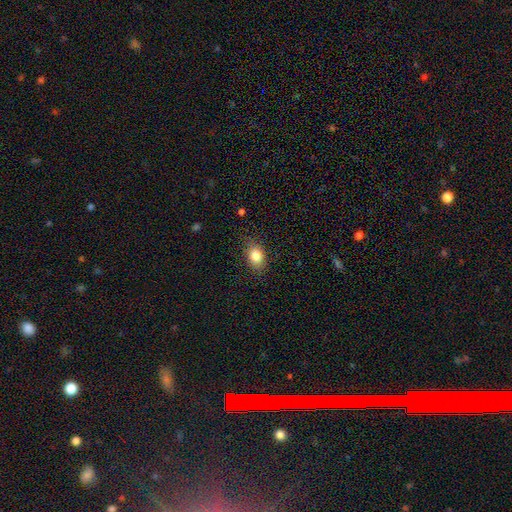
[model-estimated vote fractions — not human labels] Overall: smooth (84%). How rounded: in between (71%). Merging: none (80%).